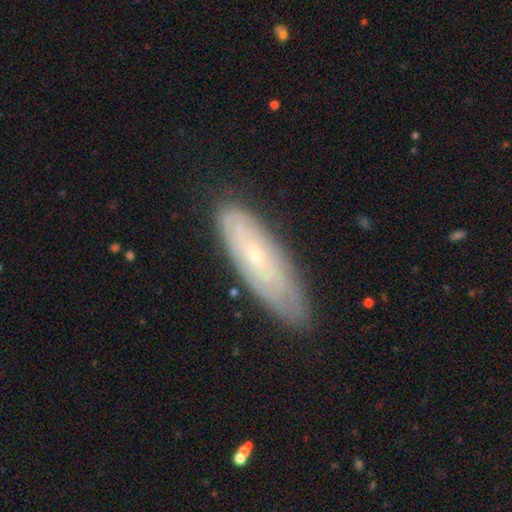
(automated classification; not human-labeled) smooth_or_featured: featured or disk (p=0.61) [alt: smooth p=0.32]
disk_edge_on: no (p=0.77) [alt: yes p=0.23]
merging: none (p=0.77) [alt: minor disturbance p=0.18]